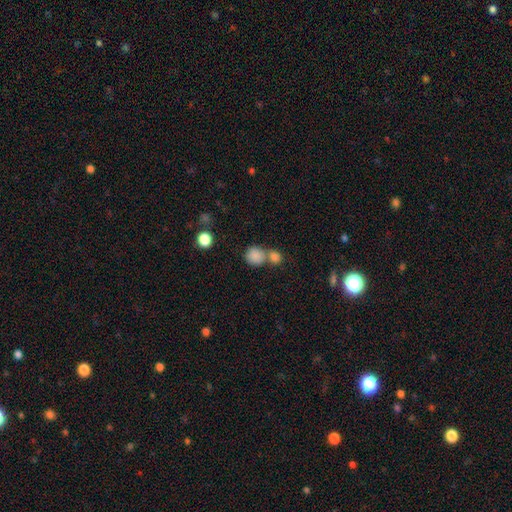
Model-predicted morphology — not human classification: Q: Smooth or featured?
A: smooth (85%); runner-up: star or artifact (9%)
Q: How rounded?
A: round (81%); runner-up: in between (18%)
Q: Merging?
A: merger (49%); runner-up: none (40%)